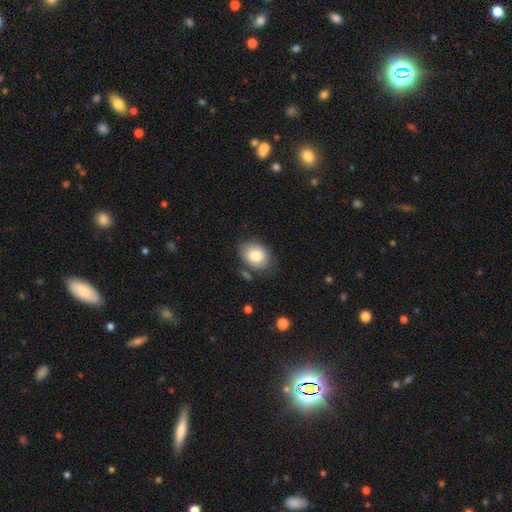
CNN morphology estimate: The model was most divided on "how rounded": in between: 70%, round: 29%, cigar-shaped: 1%. More confident: smooth or featured — smooth (80%); merging — none (74%).